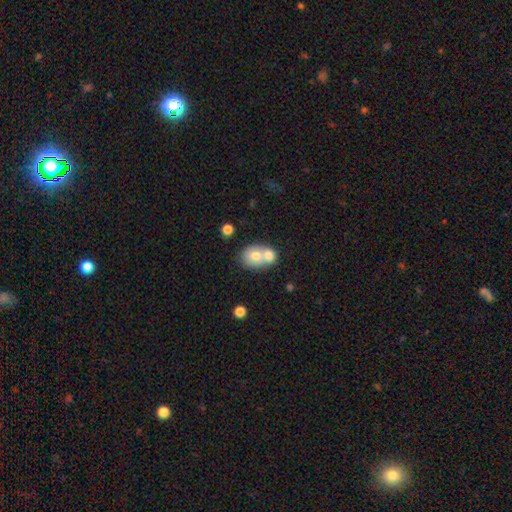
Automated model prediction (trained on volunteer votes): smooth-or-featured: smooth: 68% | featured or disk: 24% | star or artifact: 8%
  how-rounded: round: 53% | in between: 46% | cigar-shaped: 1%
  merging: merger: 65% | none: 25% | minor disturbance: 7% | major disturbance: 3%